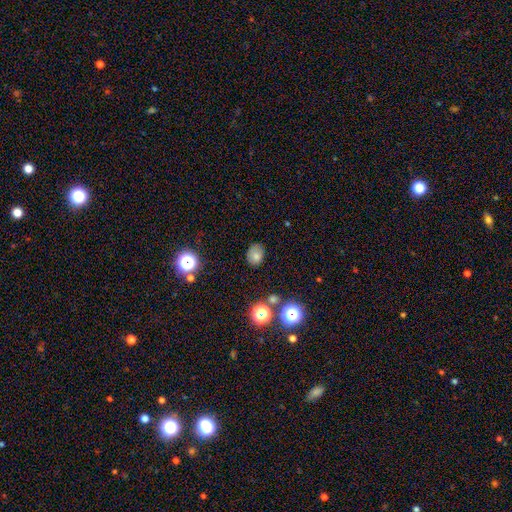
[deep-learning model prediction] smooth 74%, star or artifact 15%, featured or disk 11%. Down the decision tree: how rounded — in between (58%); merging — none (72%).